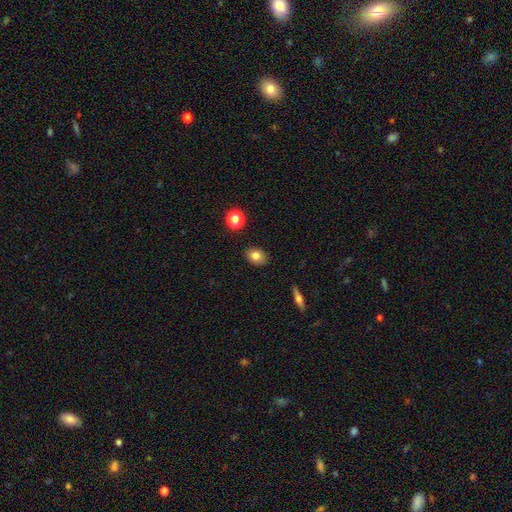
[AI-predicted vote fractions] smooth 80%, featured or disk 10%, star or artifact 10%. Down the decision tree: how rounded — in between (66%); merging — none (87%).